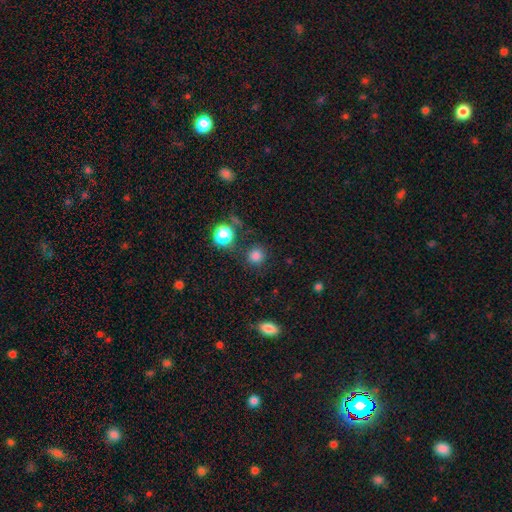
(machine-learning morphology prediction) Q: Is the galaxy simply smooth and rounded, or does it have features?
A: smooth — 80%.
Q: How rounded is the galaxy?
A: round — 92%.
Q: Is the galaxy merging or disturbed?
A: none — 81%.